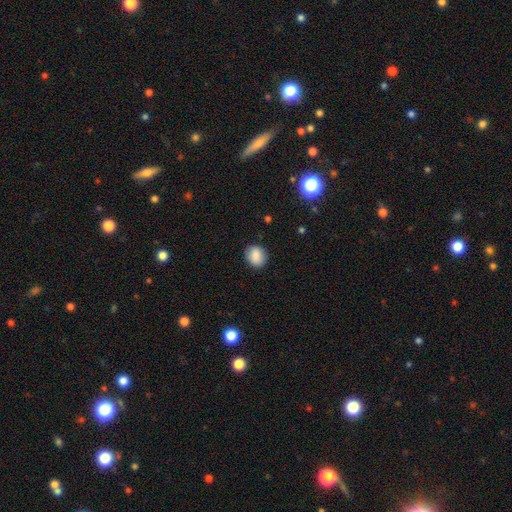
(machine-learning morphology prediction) smooth_or_featured: smooth (p=0.85) [alt: star or artifact p=0.09]
how_rounded: round (p=0.69) [alt: in between p=0.30]
merging: none (p=0.86) [alt: minor disturbance p=0.10]